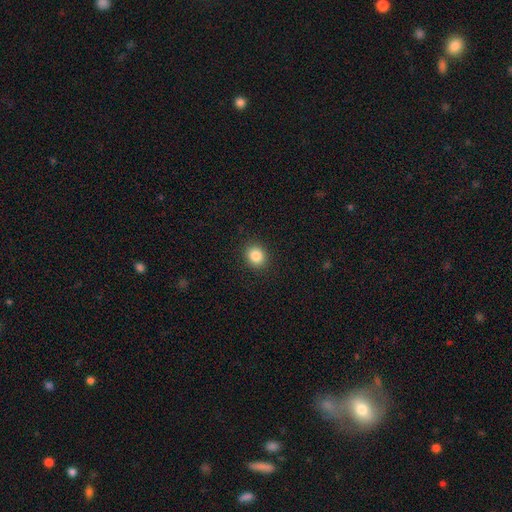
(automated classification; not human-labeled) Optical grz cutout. It shows a smooth galaxy with no disk features (85%) that is round (74%). Merging: none (90%).